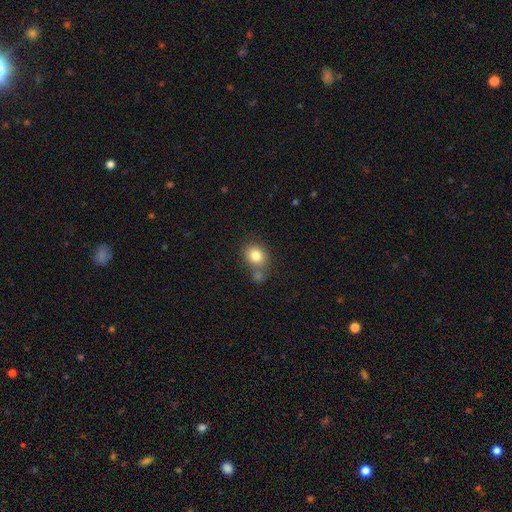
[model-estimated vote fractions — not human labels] Smooth or featured?
  - smooth: 82% *
  - star or artifact: 10%
  - featured or disk: 8%
How rounded?
  - round: 68% *
  - in between: 31%
  - cigar-shaped: 1%
Merging?
  - none: 56% *
  - merger: 25%
  - minor disturbance: 14%
  - major disturbance: 5%